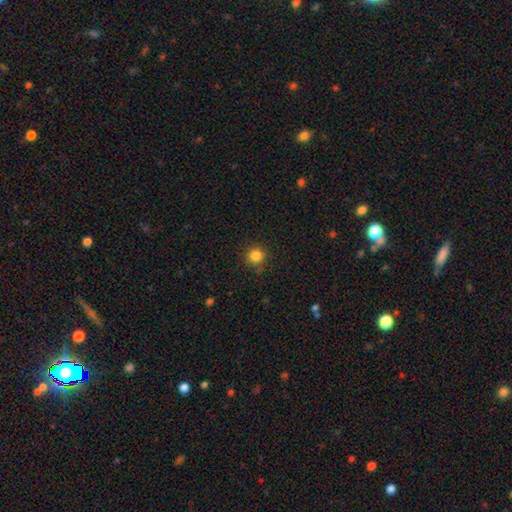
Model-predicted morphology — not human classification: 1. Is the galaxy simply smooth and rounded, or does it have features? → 84% smooth, 12% star or artifact, 4% featured or disk.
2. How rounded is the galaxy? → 94% round, 5% in between, 1% cigar-shaped.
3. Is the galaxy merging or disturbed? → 88% none, 8% minor disturbance, 2% major disturbance, 2% merger.